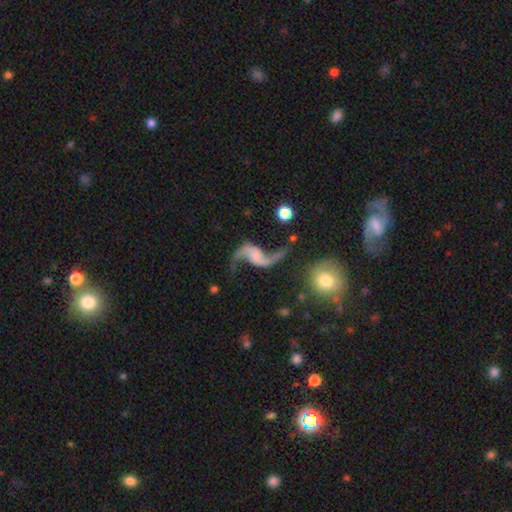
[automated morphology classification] Smooth or featured: featured or disk — 91% (star or artifact — 5%)
Edge-on disk: no — 97% (yes — 3%)
Bar: no — 57% (weak — 32%)
Spiral arms: yes — 97% (no — 3%)
Spiral winding: loose — 93% (medium — 5%)
Spiral arm count: 2 — 94% (1 — 2%)
Bulge size: small — 39% (none — 35%)
Merging: none — 68% (minor disturbance — 15%)